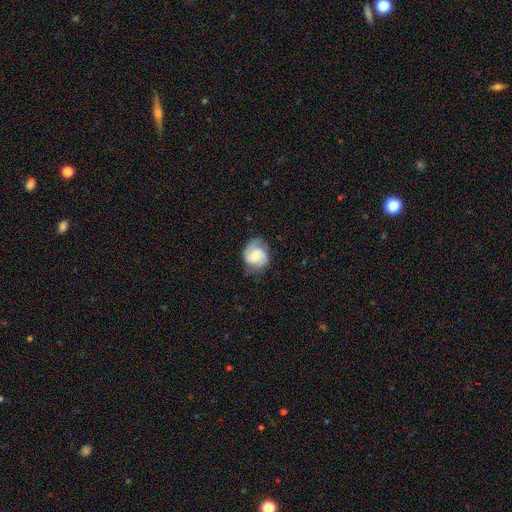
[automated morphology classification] Q: Smooth or featured?
A: featured or disk (62%); runner-up: smooth (31%)
Q: Edge-on disk?
A: no (98%); runner-up: yes (2%)
Q: Bar?
A: no (55%); runner-up: weak (37%)
Q: Spiral arms?
A: yes (93%); runner-up: no (7%)
Q: Spiral winding?
A: medium (44%); runner-up: tight (38%)
Q: Spiral arm count?
A: 2 (81%); runner-up: can't tell (9%)
Q: Bulge size?
A: small (48%); runner-up: moderate (36%)
Q: Merging?
A: none (70%); runner-up: minor disturbance (22%)